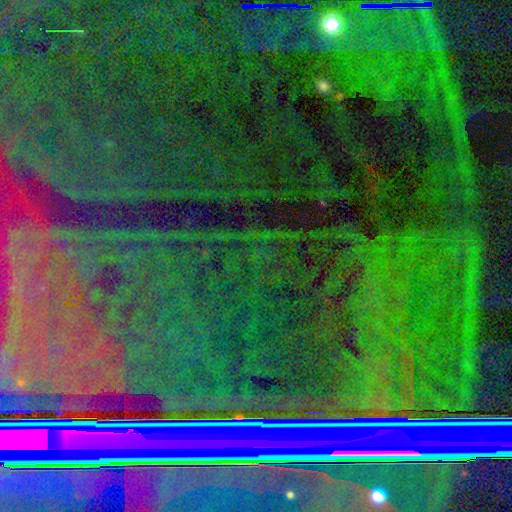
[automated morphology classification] This is clearly a star or artifact rather than a galaxy (88%).